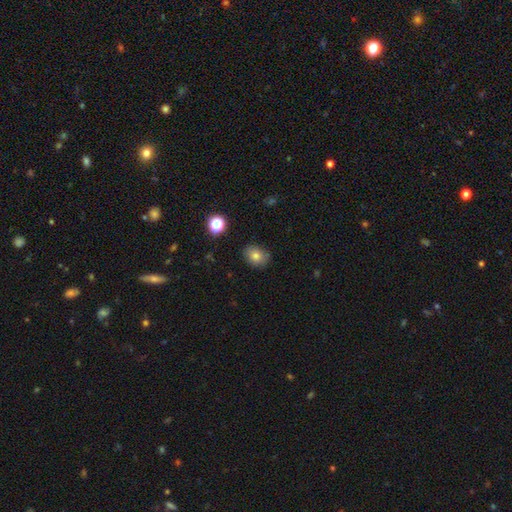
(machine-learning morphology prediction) A smooth galaxy with no disk features (78%) that is in between round and cigar-shaped (50%).

Vote fractions:
- Smooth or featured? smooth: 78% / star or artifact: 12% / featured or disk: 9%
- How rounded? in between: 50% / round: 49% / cigar-shaped: 1%
- Merging? none: 83% / minor disturbance: 13% / major disturbance: 3% / merger: 2%